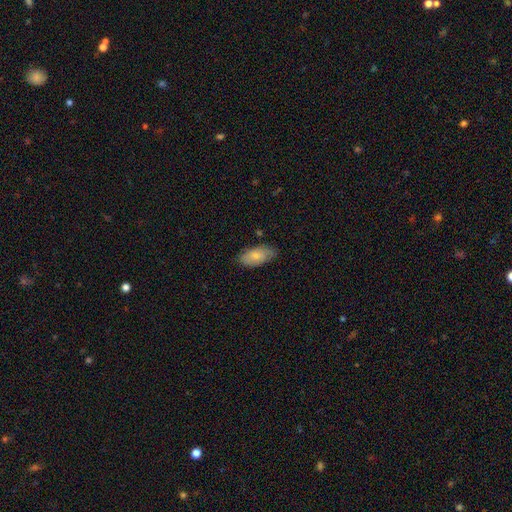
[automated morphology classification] Q: Smooth or featured?
A: smooth (76%); runner-up: featured or disk (18%)
Q: How rounded?
A: in between (92%); runner-up: cigar-shaped (6%)
Q: Merging?
A: none (76%); runner-up: minor disturbance (19%)